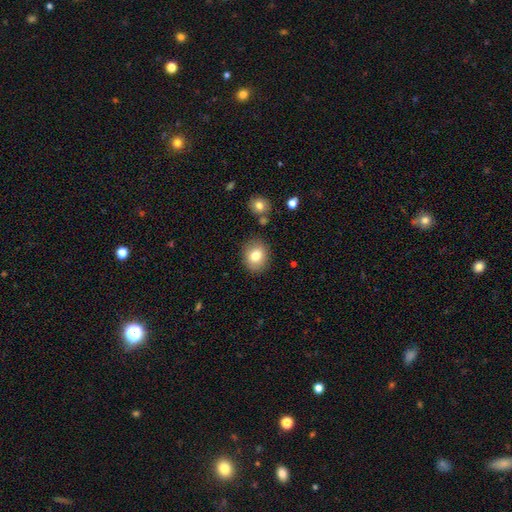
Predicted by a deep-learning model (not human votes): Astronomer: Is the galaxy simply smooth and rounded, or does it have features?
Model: smooth — 79%.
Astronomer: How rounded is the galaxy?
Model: round — 66%.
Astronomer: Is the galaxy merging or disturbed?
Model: none — 85%.